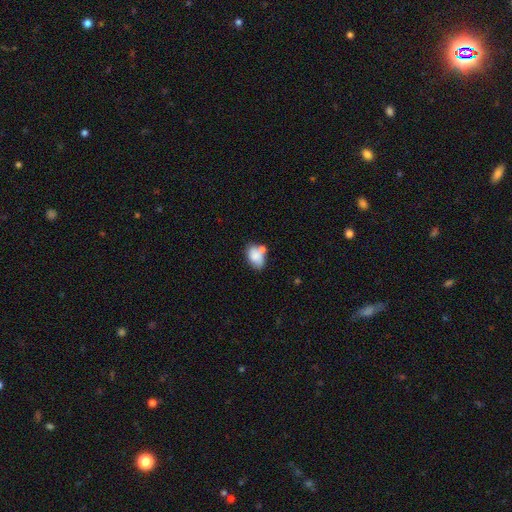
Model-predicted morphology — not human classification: Smooth or featured?
  - smooth: 77% *
  - featured or disk: 14%
  - star or artifact: 8%
How rounded?
  - in between: 84% *
  - round: 15%
  - cigar-shaped: 1%
Merging?
  - none: 40% *
  - merger: 33%
  - minor disturbance: 20%
  - major disturbance: 8%